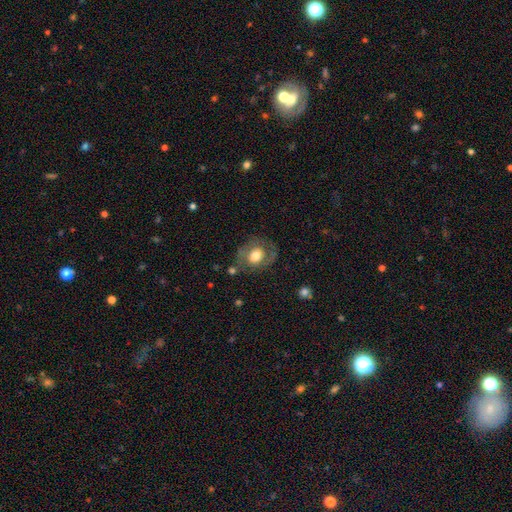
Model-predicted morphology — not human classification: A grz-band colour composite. It shows a smooth galaxy with no disk features (49%). Merging: none (66%).